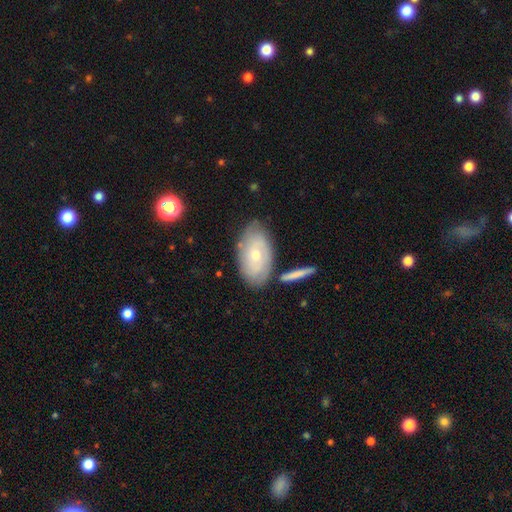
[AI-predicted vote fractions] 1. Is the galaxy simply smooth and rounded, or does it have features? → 55% featured or disk, 38% smooth, 7% star or artifact.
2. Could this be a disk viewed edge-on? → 91% no, 9% yes.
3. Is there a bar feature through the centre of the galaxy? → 78% no, 18% weak, 3% strong.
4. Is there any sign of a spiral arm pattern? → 75% yes, 25% no.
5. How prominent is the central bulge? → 55% small, 41% moderate, 2% large, 1% none, 1% dominant.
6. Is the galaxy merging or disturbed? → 71% none, 18% minor disturbance, 7% merger, 4% major disturbance.